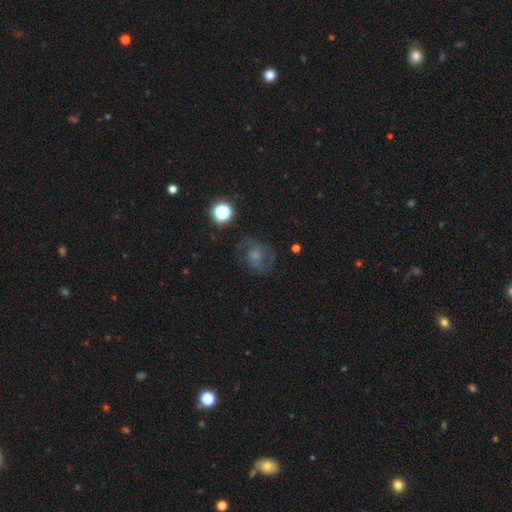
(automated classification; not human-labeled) This is possibly a featured or disk galaxy (51%). It is clearly not viewed edge-on (97%). Merging: likely none (64%).